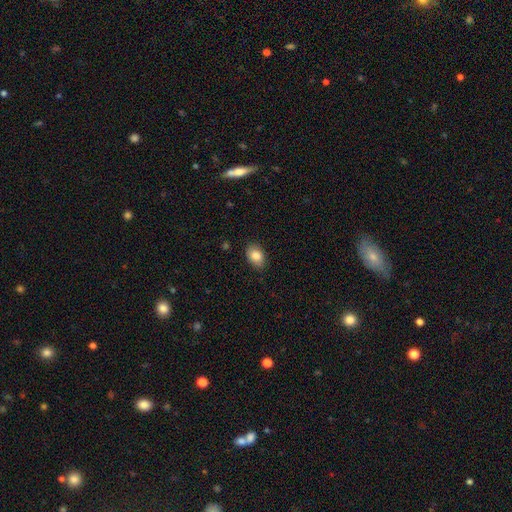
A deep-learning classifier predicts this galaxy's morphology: type=smooth (85%); roundness=in between (79%); merging=none (85%).